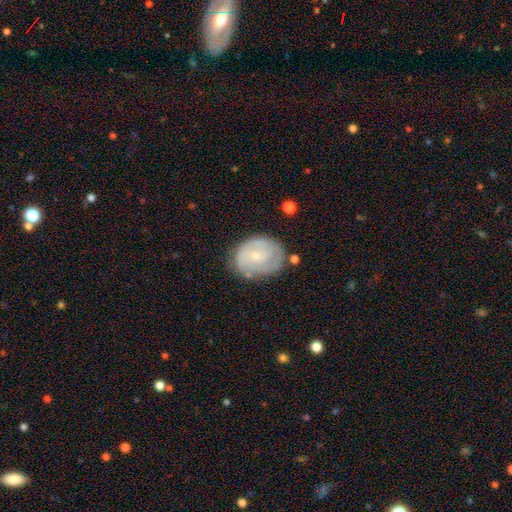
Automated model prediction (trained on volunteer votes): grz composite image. It shows a featured or disk galaxy (55%) with no bar (70%), spiral arms (73%) and a small central bulge (75%). Merging: none (67%).